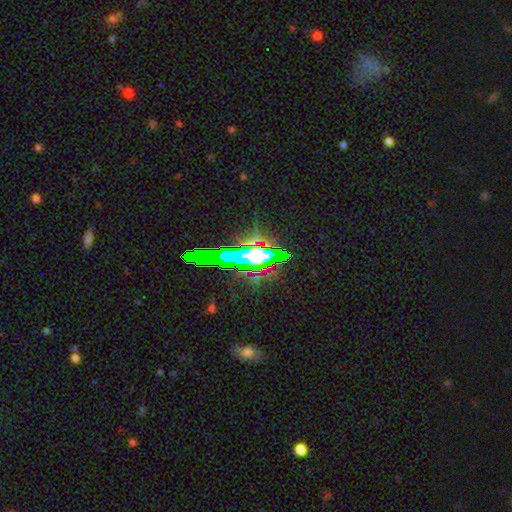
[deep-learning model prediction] A star or artifact, not a galaxy (62%).

Vote fractions:
- Smooth or featured? star or artifact: 62% / featured or disk: 20% / smooth: 18%